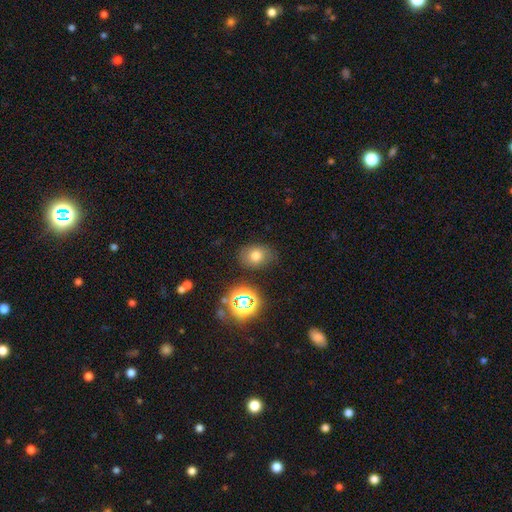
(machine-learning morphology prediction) smooth-or-featured: smooth: 70% | star or artifact: 18% | featured or disk: 12%
  how-rounded: in between: 60% | round: 39% | cigar-shaped: 1%
  merging: none: 78% | minor disturbance: 15% | major disturbance: 4% | merger: 3%